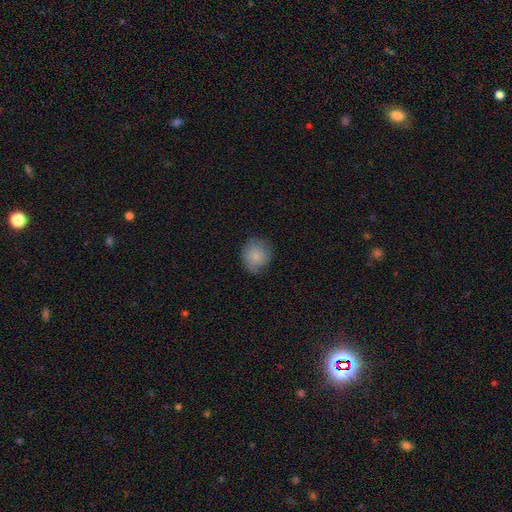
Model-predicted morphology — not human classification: smooth_or_featured: smooth (p=0.84) [alt: featured or disk p=0.09]
how_rounded: round (p=0.82) [alt: in between p=0.17]
merging: none (p=0.74) [alt: minor disturbance p=0.20]